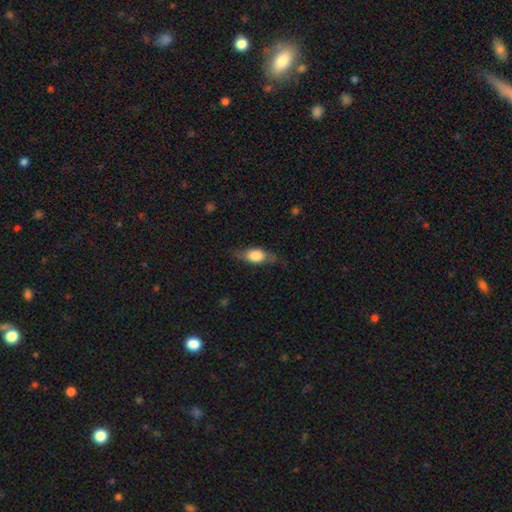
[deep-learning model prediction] Smooth or featured?
  - smooth: 67% *
  - featured or disk: 26%
  - star or artifact: 7%
How rounded?
  - in between: 74% *
  - cigar-shaped: 18%
  - round: 8%
Merging?
  - none: 75% *
  - minor disturbance: 18%
  - major disturbance: 6%
  - merger: 1%